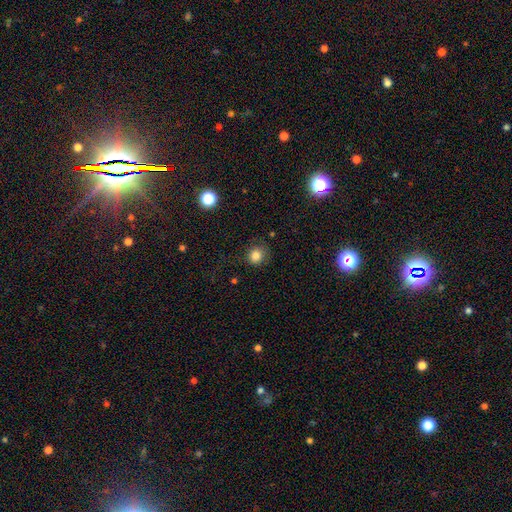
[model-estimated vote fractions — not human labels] smooth-or-featured: smooth: 83% | star or artifact: 12% | featured or disk: 5%
  how-rounded: round: 83% | in between: 16% | cigar-shaped: 1%
  merging: none: 74% | minor disturbance: 18% | major disturbance: 7% | merger: 2%